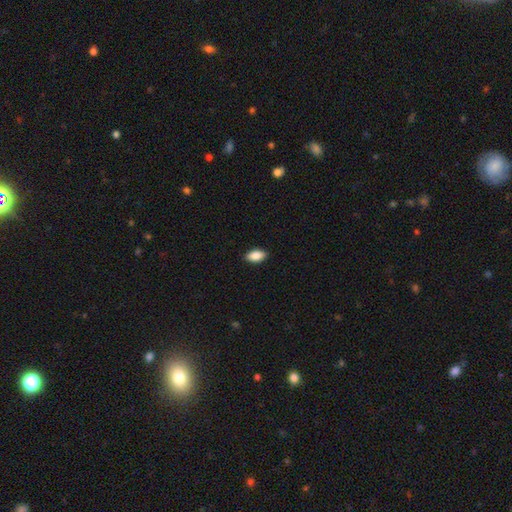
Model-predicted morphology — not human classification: A smooth galaxy with no disk features (89%) that is in between round and cigar-shaped (93%). Merging: none (89%).